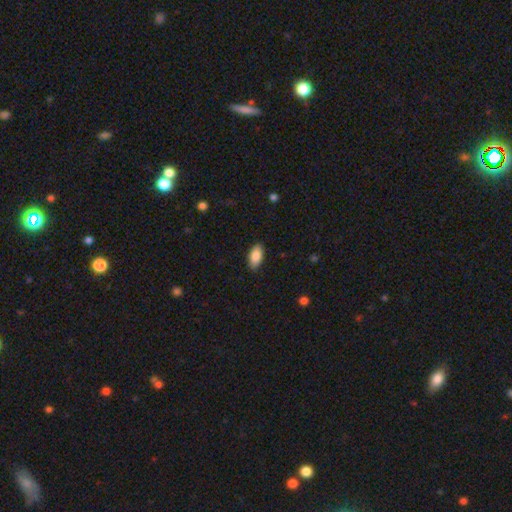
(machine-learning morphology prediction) Smooth or featured? smooth (86%)
How rounded? in between (92%)
Merging? none (87%)